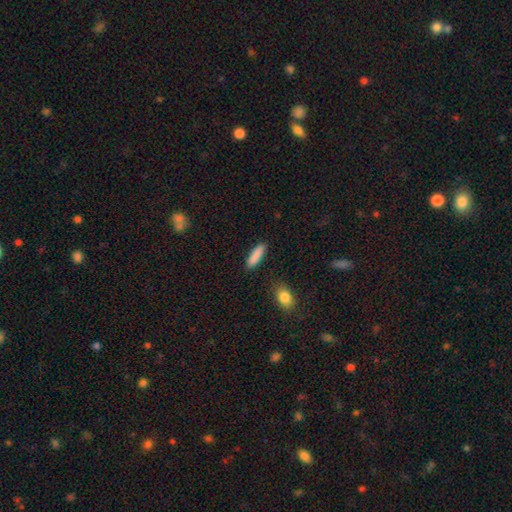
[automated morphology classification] type=smooth (88%); roundness=cigar-shaped (66%); merging=none (88%).